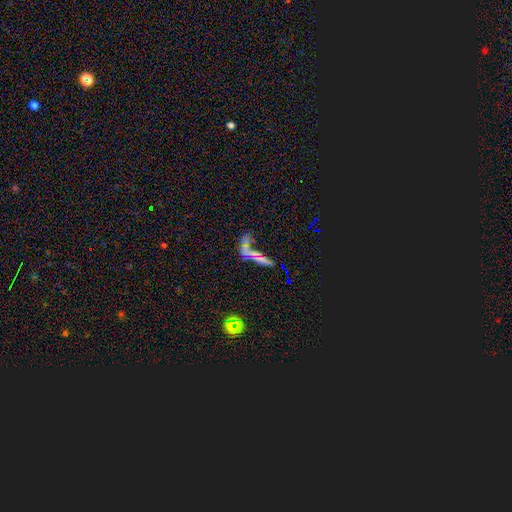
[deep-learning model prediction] smooth 47%, star or artifact 30%, featured or disk 23%. Down the decision tree: merging — none (50%).